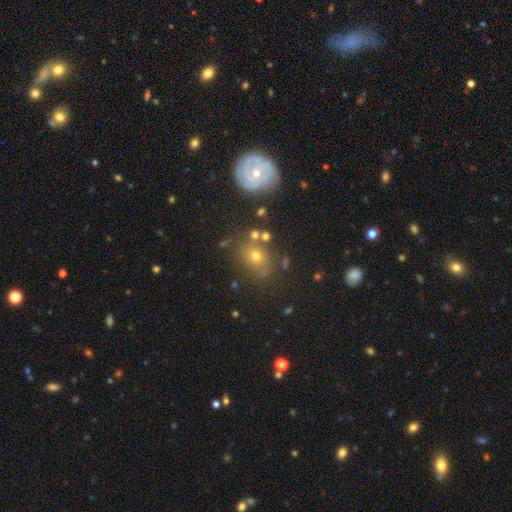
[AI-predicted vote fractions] Smooth or featured?
  - smooth: 40% *
  - featured or disk: 37%
  - star or artifact: 23%
Merging?
  - none: 72% *
  - minor disturbance: 14%
  - merger: 7%
  - major disturbance: 6%